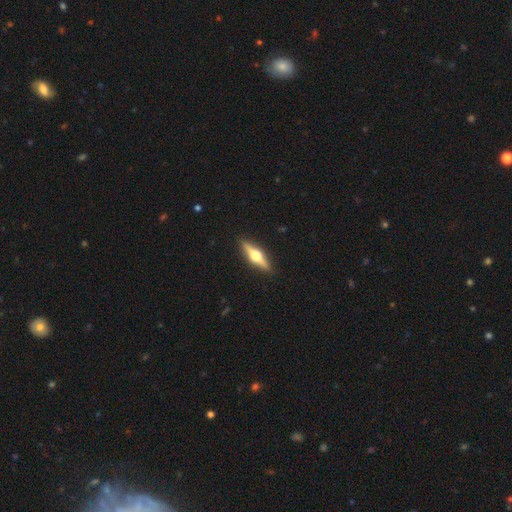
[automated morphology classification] Overall: featured or disk (67%). Edge-on disk: yes (96%). Edge-on bulge: rounded (96%). Merging: none (91%).